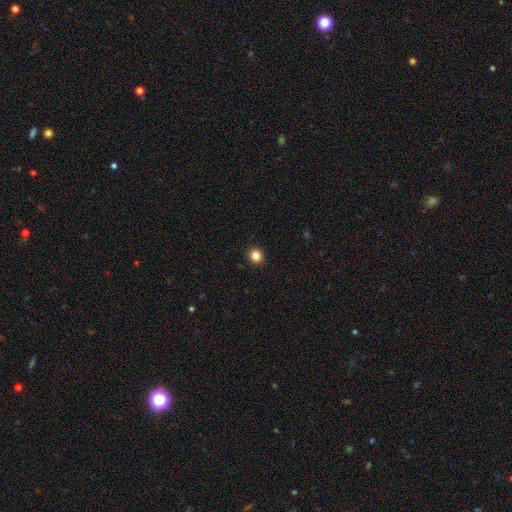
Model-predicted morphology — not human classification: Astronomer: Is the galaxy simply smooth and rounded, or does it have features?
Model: smooth — 85%.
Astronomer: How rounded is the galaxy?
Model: round — 83%.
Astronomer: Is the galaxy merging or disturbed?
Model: none — 92%.